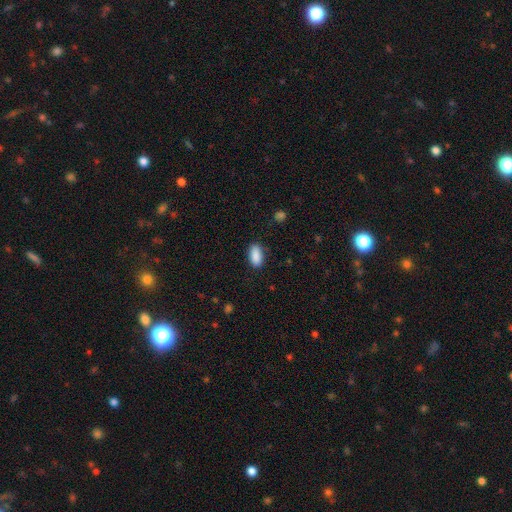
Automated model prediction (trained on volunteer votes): Overall: smooth (90%). How rounded: in between (90%). Merging: none (86%).